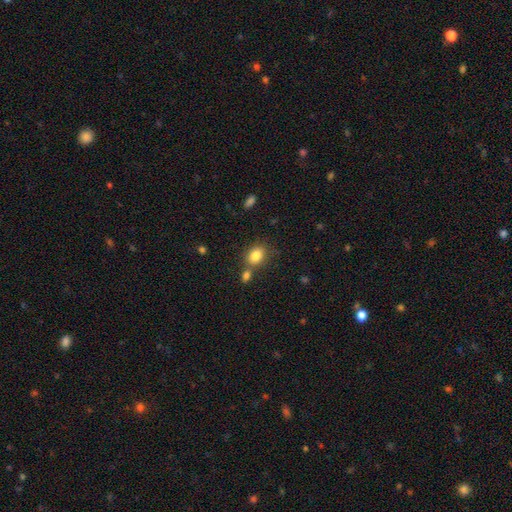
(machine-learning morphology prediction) Overall: smooth (83%). How rounded: in between (65%; round 33%). Merging: none (60%; merger 23%).